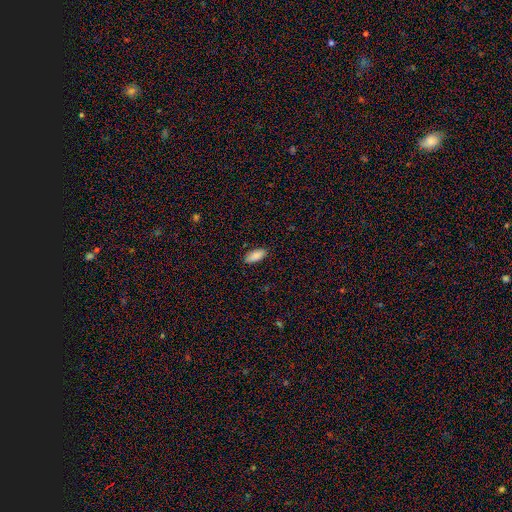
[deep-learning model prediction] Overall: smooth (88%). How rounded: in between (88%). Merging: none (87%).